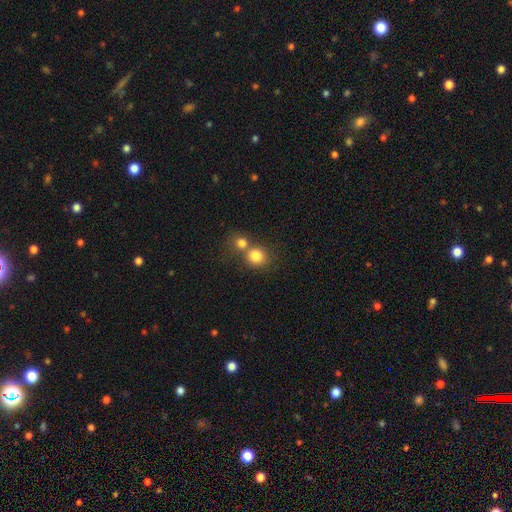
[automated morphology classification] The model was most divided on "merging": none: 46%, merger: 44%, minor disturbance: 7%, major disturbance: 3%. More confident: how rounded — round (86%); smooth or featured — smooth (81%).